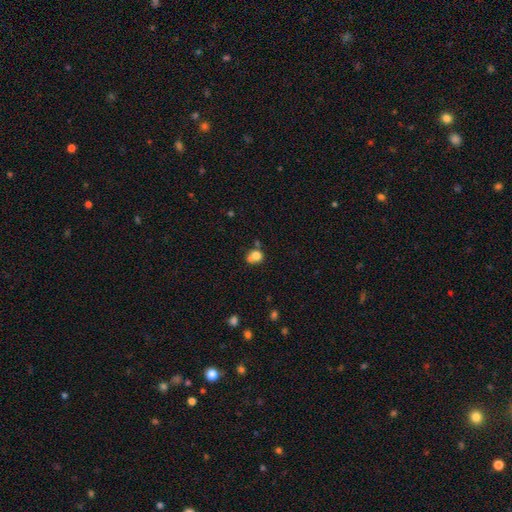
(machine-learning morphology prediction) Smooth or featured?
  - smooth: 75% *
  - featured or disk: 13%
  - star or artifact: 12%
How rounded?
  - round: 66% *
  - in between: 33%
  - cigar-shaped: 1%
Merging?
  - none: 41% *
  - merger: 34%
  - minor disturbance: 17%
  - major disturbance: 8%